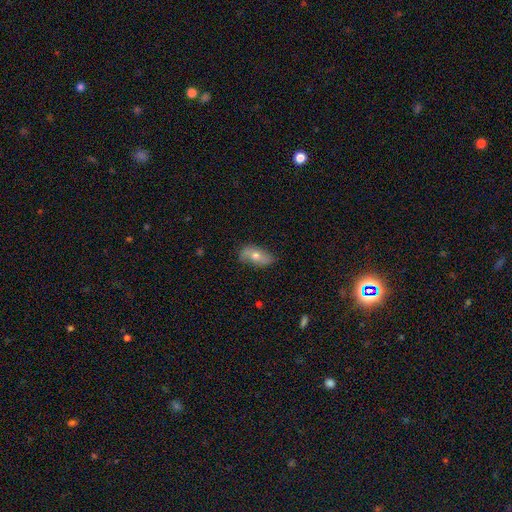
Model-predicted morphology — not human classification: This appears to be a smooth galaxy with no disk features (54%) that is in between round and cigar-shaped (84%). Merging: none (72%).